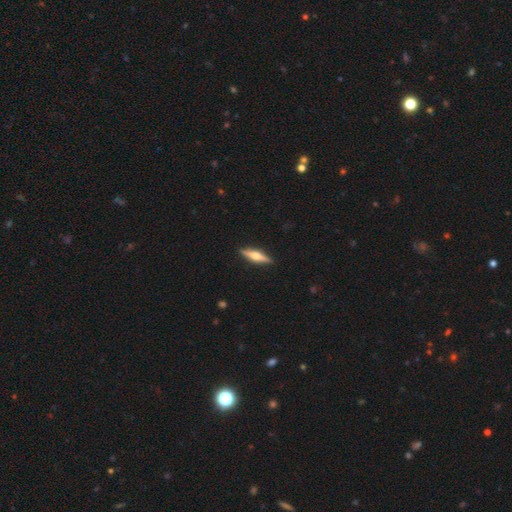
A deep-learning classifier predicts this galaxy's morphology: Smooth or featured?
  - featured or disk: 62% *
  - smooth: 32%
  - star or artifact: 5%
Edge-on disk?
  - yes: 97% *
  - no: 3%
Edge-on bulge?
  - rounded: 93% *
  - boxy: 5%
  - none: 2%
Merging?
  - none: 91% *
  - minor disturbance: 7%
  - major disturbance: 1%
  - merger: 1%